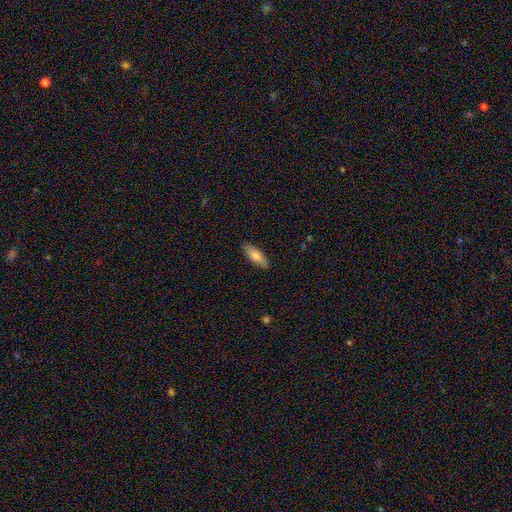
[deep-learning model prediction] smooth 77%, featured or disk 17%, star or artifact 6%. Down the decision tree: how rounded — in between (67%); merging — none (88%).